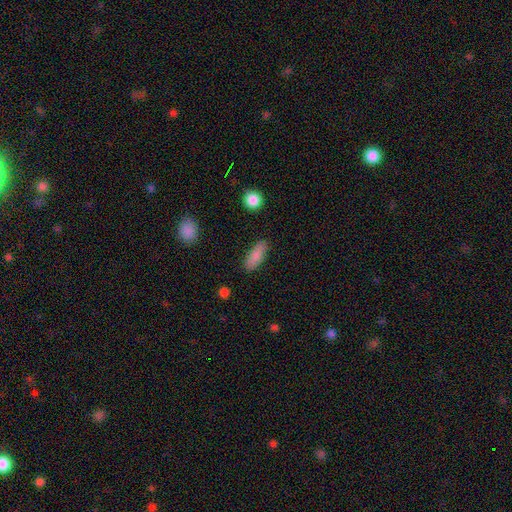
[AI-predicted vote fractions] Smooth or featured?
  - smooth: 83% *
  - featured or disk: 10%
  - star or artifact: 7%
How rounded?
  - in between: 69% *
  - cigar-shaped: 28%
  - round: 3%
Merging?
  - none: 84% *
  - minor disturbance: 12%
  - major disturbance: 3%
  - merger: 2%